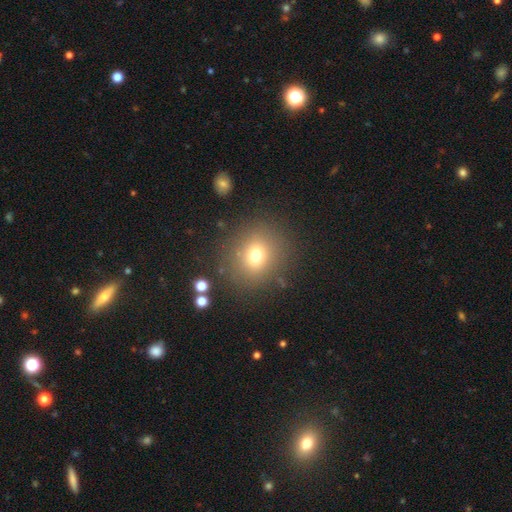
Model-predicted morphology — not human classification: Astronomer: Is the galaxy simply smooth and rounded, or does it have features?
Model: smooth — 71%.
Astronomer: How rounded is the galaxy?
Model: round — 79%.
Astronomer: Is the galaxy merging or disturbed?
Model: none — 83%.